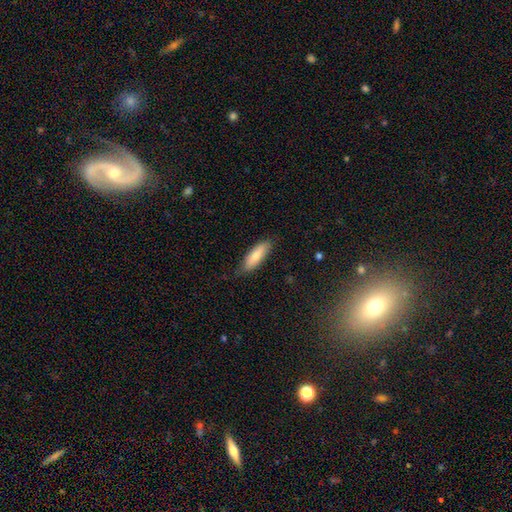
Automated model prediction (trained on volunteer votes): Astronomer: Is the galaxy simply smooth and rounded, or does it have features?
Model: smooth — 76%.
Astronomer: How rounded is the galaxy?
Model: in between — 50% (runner-up: cigar-shaped, 49%).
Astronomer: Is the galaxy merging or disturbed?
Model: none — 78%.